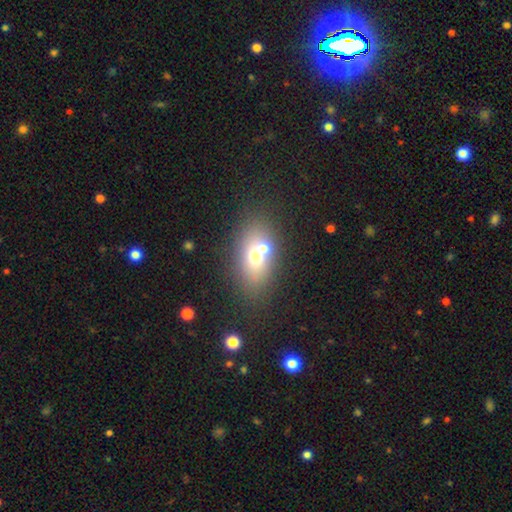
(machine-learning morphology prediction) Smooth or featured? smooth (61%)
How rounded? in between (70%)
Merging? none (47%)